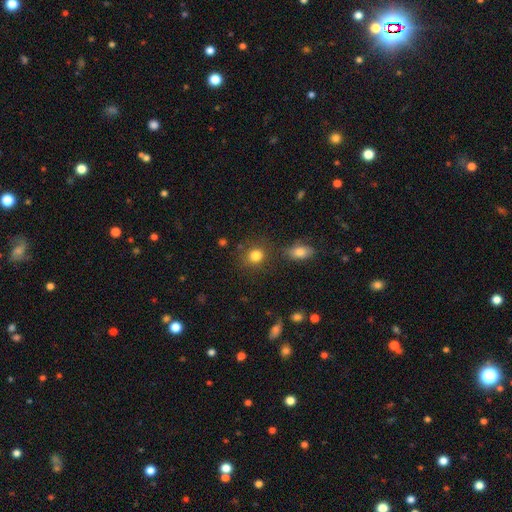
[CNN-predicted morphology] Smooth or featured: smooth — 82% (star or artifact — 12%)
How rounded: round — 77% (in between — 22%)
Merging: none — 79% (minor disturbance — 10%)